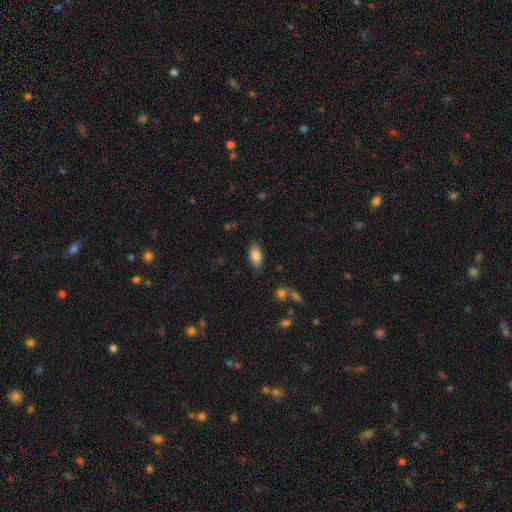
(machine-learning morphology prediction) This is clearly a smooth galaxy (85%). How rounded: clearly in between (90%). Merging: clearly none (81%).